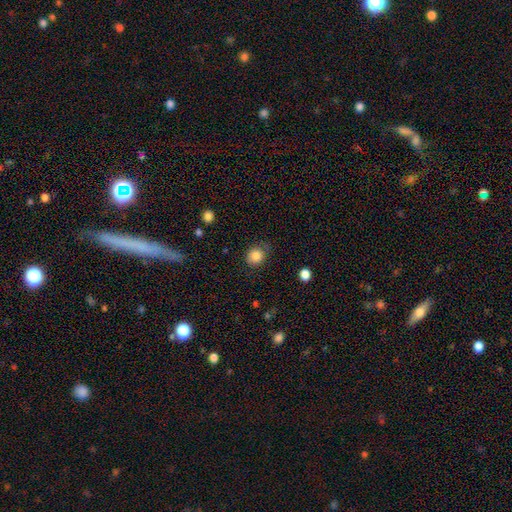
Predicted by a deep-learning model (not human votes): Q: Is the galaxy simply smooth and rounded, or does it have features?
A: smooth — 85%.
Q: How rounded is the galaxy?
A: round — 80%.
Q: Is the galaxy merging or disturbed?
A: none — 75%.